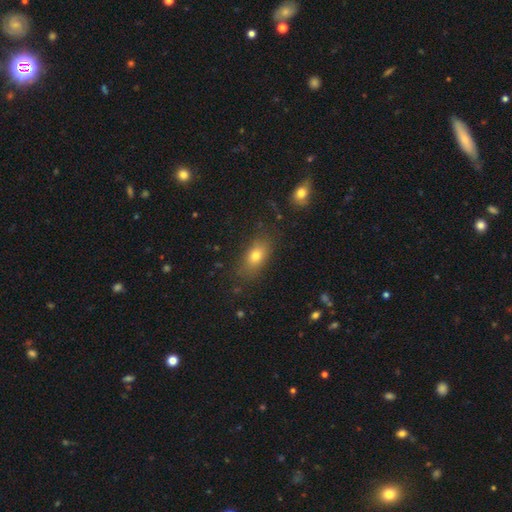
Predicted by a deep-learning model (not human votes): A smooth galaxy with no disk features (76%) that is in between round and cigar-shaped (80%). Merging: none (78%).